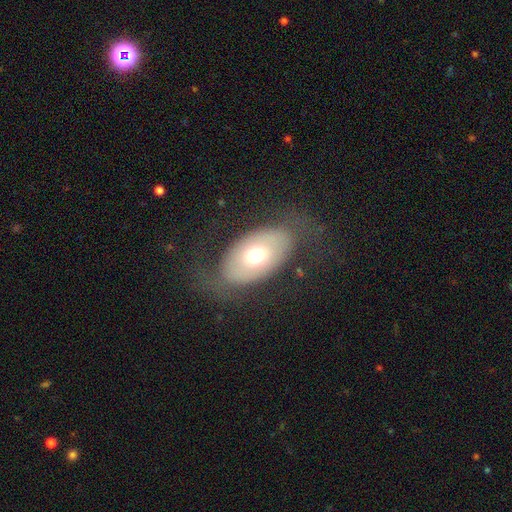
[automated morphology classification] smooth_or_featured: smooth (p=0.54) [alt: featured or disk p=0.38]
how_rounded: in between (p=0.89) [alt: round p=0.09]
merging: none (p=0.68) [alt: minor disturbance p=0.16]